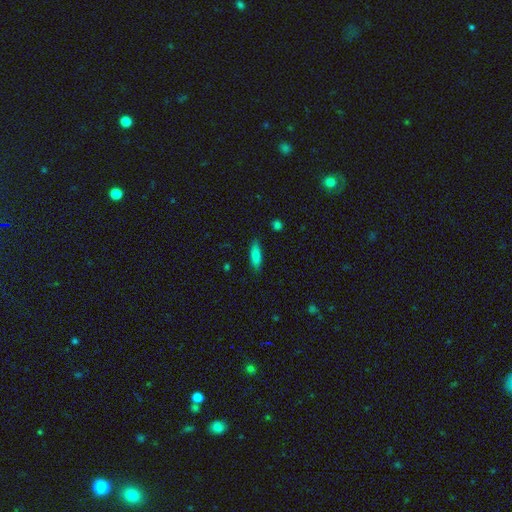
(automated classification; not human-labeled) Smooth or featured? smooth (84%)
How rounded? cigar-shaped (49%, tied with in between)
Merging? none (84%)